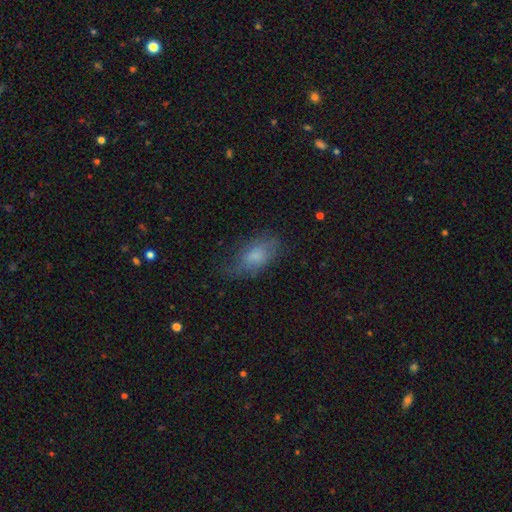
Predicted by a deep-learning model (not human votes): Smooth or featured?
  - smooth: 72% *
  - featured or disk: 19%
  - star or artifact: 9%
How rounded?
  - in between: 89% *
  - cigar-shaped: 6%
  - round: 5%
Merging?
  - none: 60% *
  - minor disturbance: 26%
  - major disturbance: 13%
  - merger: 2%